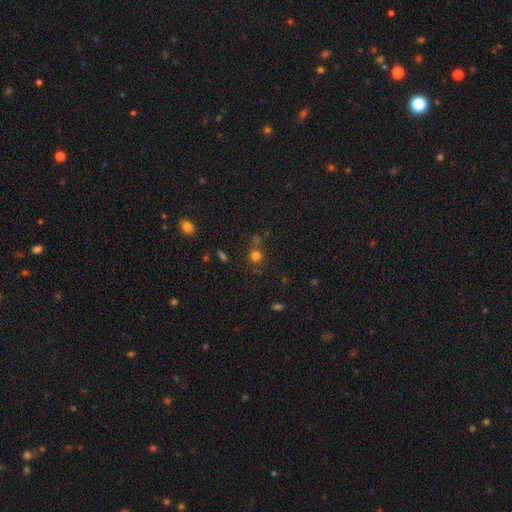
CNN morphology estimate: Smooth or featured? smooth (69%)
How rounded? round (88%)
Merging? none (70%)